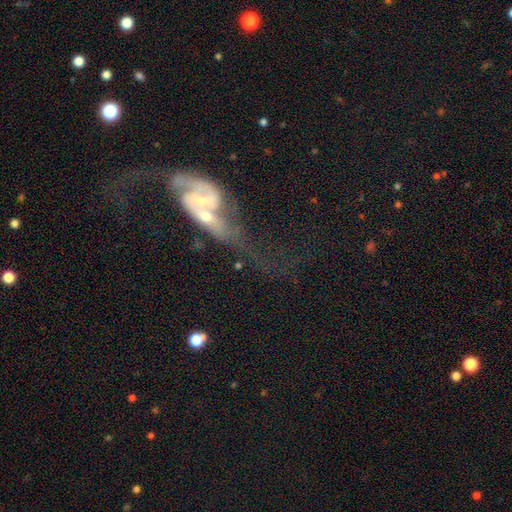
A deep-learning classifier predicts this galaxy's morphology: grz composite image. It shows a featured or disk galaxy (76%) with no bar (43%), 2 (83%) loose (78%) spiral arms (83%) and a small central bulge (52%). Merging: major disturbance (35%).